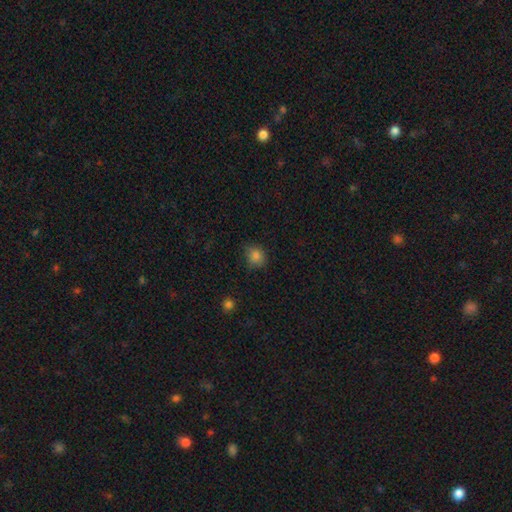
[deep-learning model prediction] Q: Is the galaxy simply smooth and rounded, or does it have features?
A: smooth — 82%.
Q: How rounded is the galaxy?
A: round — 72%.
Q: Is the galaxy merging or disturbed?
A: none — 76%.